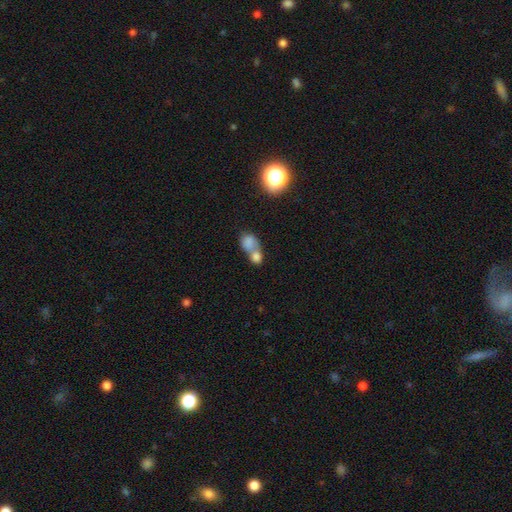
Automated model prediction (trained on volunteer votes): Overall: smooth (68%). How rounded: round (55%; in between 43%). Merging: merger (69%).